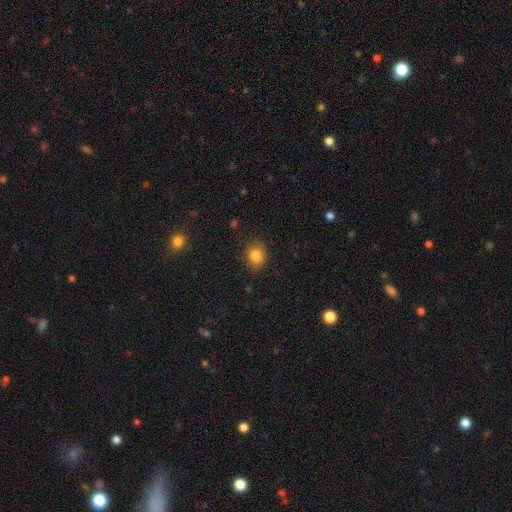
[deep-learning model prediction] Q: Smooth or featured?
A: smooth (83%); runner-up: star or artifact (10%)
Q: How rounded?
A: round (55%); runner-up: in between (44%)
Q: Merging?
A: none (85%); runner-up: minor disturbance (11%)